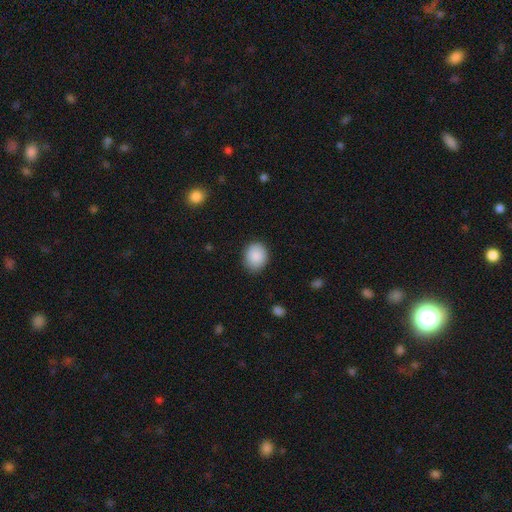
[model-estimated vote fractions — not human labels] Overall: smooth (88%). How rounded: round (58%; in between 41%). Merging: none (85%).